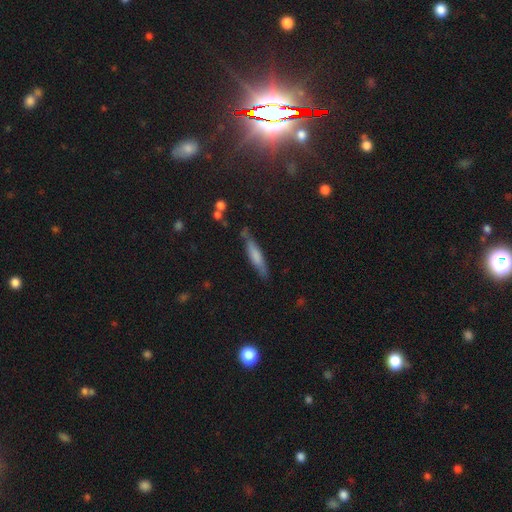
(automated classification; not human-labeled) A smooth galaxy with no disk features (66%) that is cigar-shaped (84%).

Vote fractions:
- Smooth or featured? smooth: 66% / featured or disk: 27% / star or artifact: 7%
- How rounded? cigar-shaped: 84% / in between: 15% / round: 2%
- Merging? none: 76% / minor disturbance: 17% / major disturbance: 4% / merger: 3%